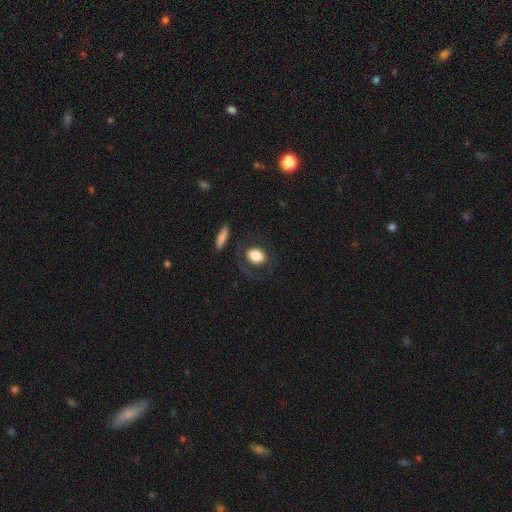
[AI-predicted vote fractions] A smooth galaxy with no disk features (77%) that is in between round and cigar-shaped (65%).

Vote fractions:
- Smooth or featured? smooth: 77% / featured or disk: 15% / star or artifact: 8%
- How rounded? in between: 65% / round: 33% / cigar-shaped: 2%
- Merging? none: 68% / minor disturbance: 15% / major disturbance: 14% / merger: 4%